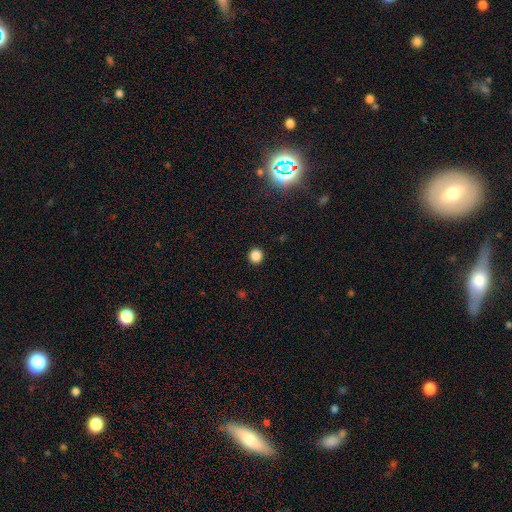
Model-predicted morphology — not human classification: Smooth or featured? smooth (85%)
How rounded? round (92%)
Merging? none (93%)